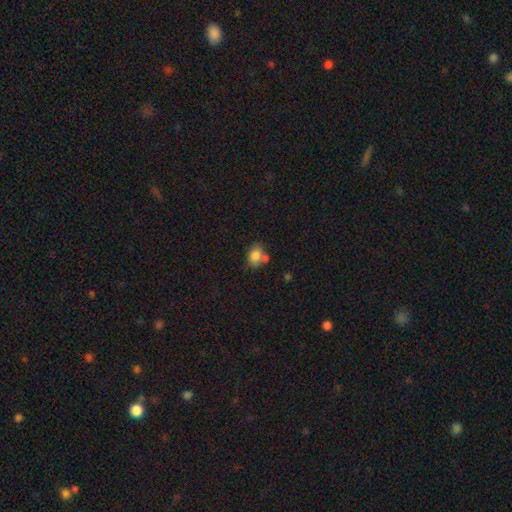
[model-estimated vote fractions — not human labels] A smooth galaxy with no disk features (81%) that is in between round and cigar-shaped (57%).

Vote fractions:
- Smooth or featured? smooth: 81% / featured or disk: 10% / star or artifact: 9%
- How rounded? in between: 57% / round: 42% / cigar-shaped: 1%
- Merging? none: 47% / merger: 28% / minor disturbance: 18% / major disturbance: 6%